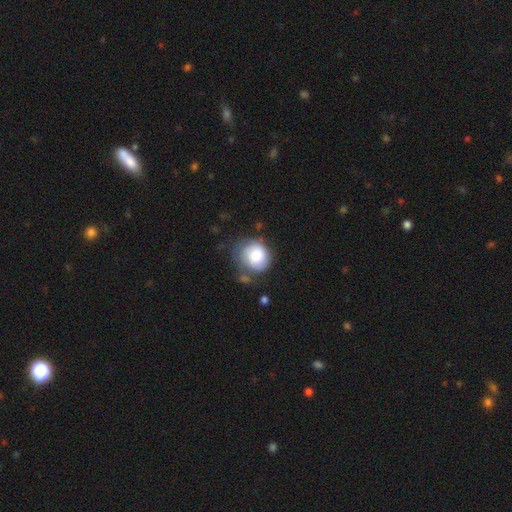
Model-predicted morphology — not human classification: Smooth or featured?
  - smooth: 75% *
  - featured or disk: 18%
  - star or artifact: 7%
How rounded?
  - round: 82% *
  - in between: 17%
  - cigar-shaped: 1%
Merging?
  - none: 58% *
  - minor disturbance: 26%
  - major disturbance: 10%
  - merger: 6%